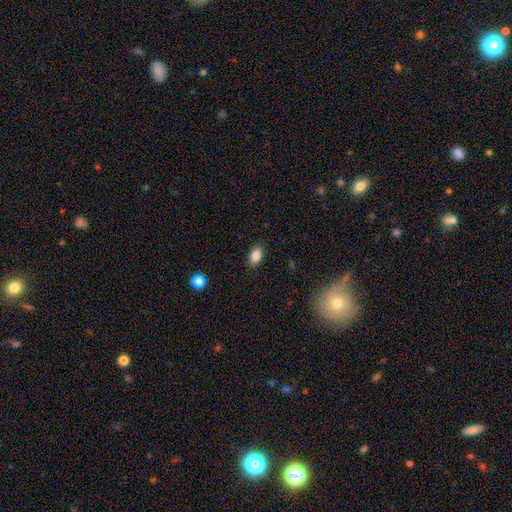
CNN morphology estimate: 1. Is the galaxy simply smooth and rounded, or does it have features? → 87% smooth, 9% star or artifact, 5% featured or disk.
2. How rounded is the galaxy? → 86% in between, 12% round, 2% cigar-shaped.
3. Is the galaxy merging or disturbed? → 87% none, 10% minor disturbance, 2% major disturbance, 1% merger.